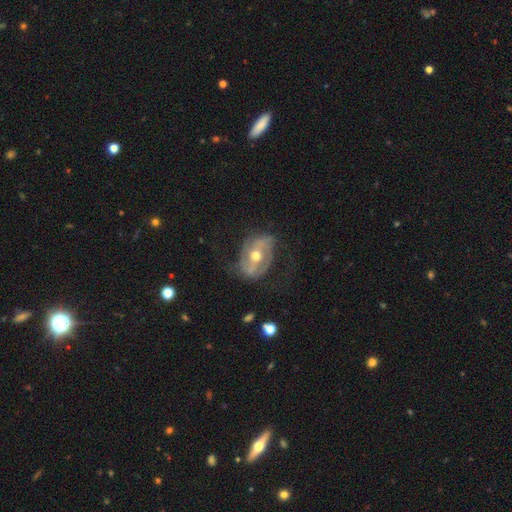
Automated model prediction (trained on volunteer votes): smooth_or_featured: featured or disk (p=0.78) [alt: smooth p=0.15]
disk_edge_on: no (p=0.95) [alt: yes p=0.05]
bar: weak (p=0.36) [alt: strong p=0.33]
has_spiral_arms: yes (p=0.79) [alt: no p=0.21]
spiral_winding: medium (p=0.41) [alt: loose p=0.36]
spiral_arm_count: 2 (p=0.78) [alt: can't tell p=0.12]
bulge_size: moderate (p=0.75) [alt: small p=0.19]
merging: none (p=0.62) [alt: minor disturbance p=0.21]